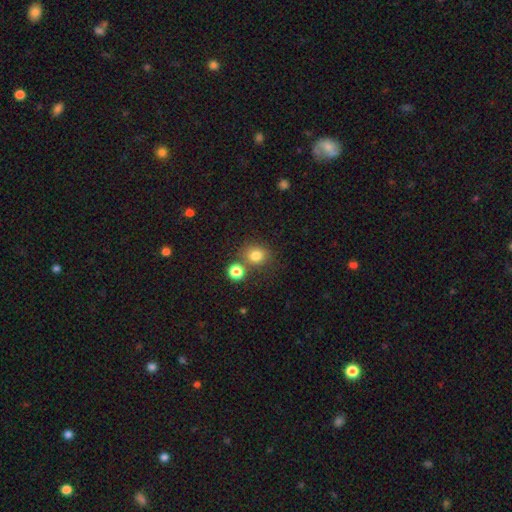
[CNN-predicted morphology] smooth 80%, star or artifact 13%, featured or disk 7%. Down the decision tree: how rounded — round (76%); merging — none (69%).